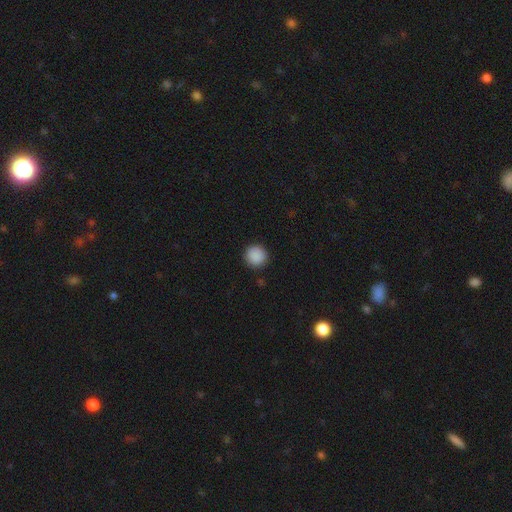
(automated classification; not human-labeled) A smooth galaxy with no disk features (89%) that is round (93%).

Vote fractions:
- Smooth or featured? smooth: 89% / star or artifact: 8% / featured or disk: 2%
- How rounded? round: 93% / in between: 6% / cigar-shaped: 1%
- Merging? none: 91% / minor disturbance: 6% / major disturbance: 2% / merger: 1%